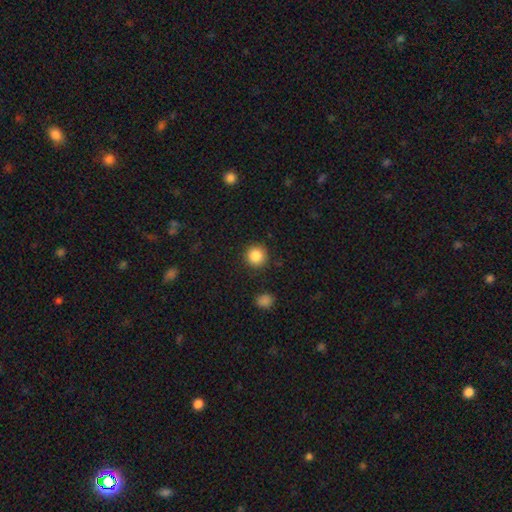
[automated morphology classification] Smooth or featured: smooth — 86% (star or artifact — 10%)
How rounded: round — 94% (in between — 5%)
Merging: none — 90% (minor disturbance — 7%)